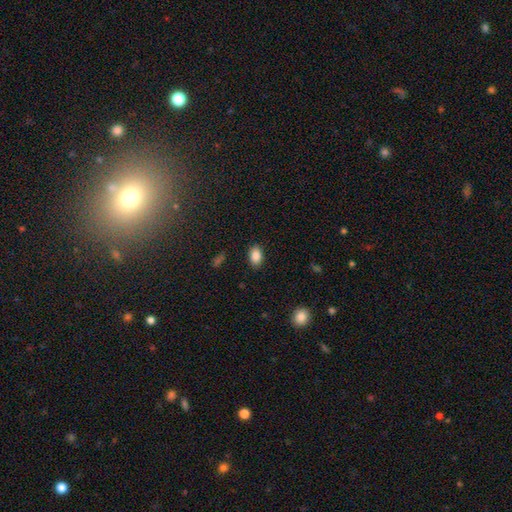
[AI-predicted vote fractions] Smooth or featured? Predicted: smooth (p=0.87). How rounded? Predicted: in between (p=0.89). Merging? Predicted: none (p=0.87).